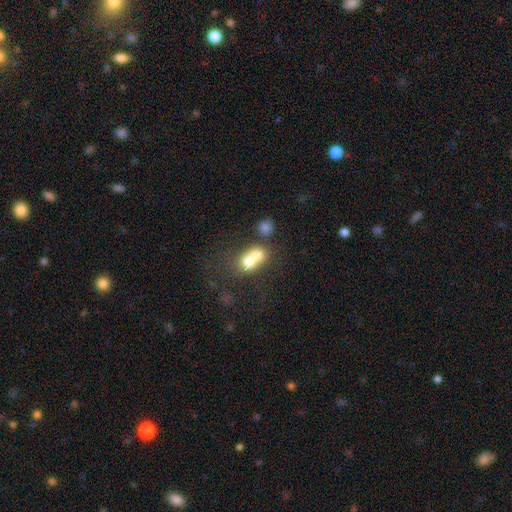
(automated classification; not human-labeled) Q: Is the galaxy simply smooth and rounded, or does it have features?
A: smooth — 67%.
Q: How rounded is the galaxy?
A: round — 64%.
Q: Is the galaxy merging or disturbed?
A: merger — 72%.